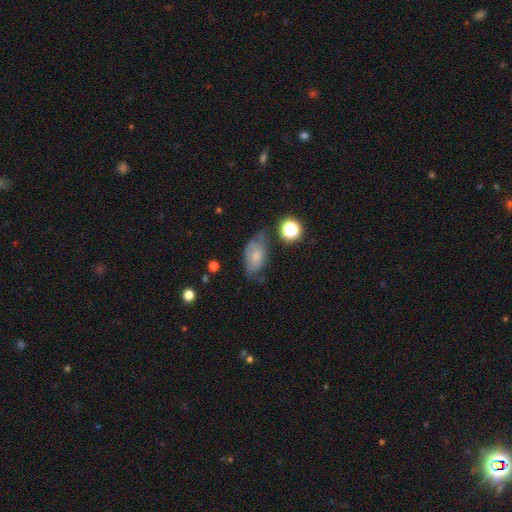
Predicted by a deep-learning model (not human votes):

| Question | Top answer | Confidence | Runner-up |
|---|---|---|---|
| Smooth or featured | smooth | 63% | featured or disk (27%) |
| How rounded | in between | 89% | round (9%) |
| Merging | none | 41% | minor disturbance (37%) |